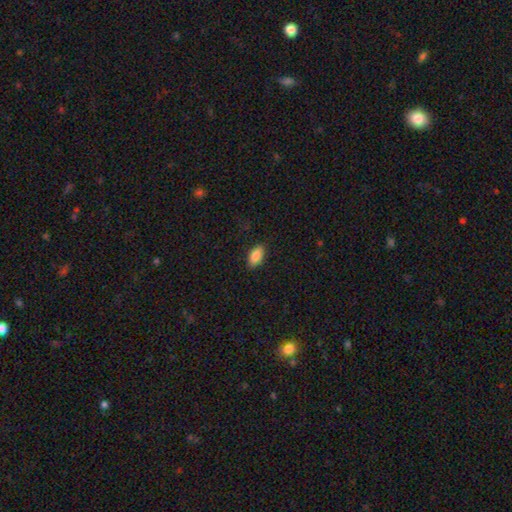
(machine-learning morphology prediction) smooth_or_featured: smooth (p=0.87) [alt: star or artifact p=0.07]
how_rounded: in between (p=0.92) [alt: cigar-shaped p=0.04]
merging: none (p=0.86) [alt: minor disturbance p=0.10]